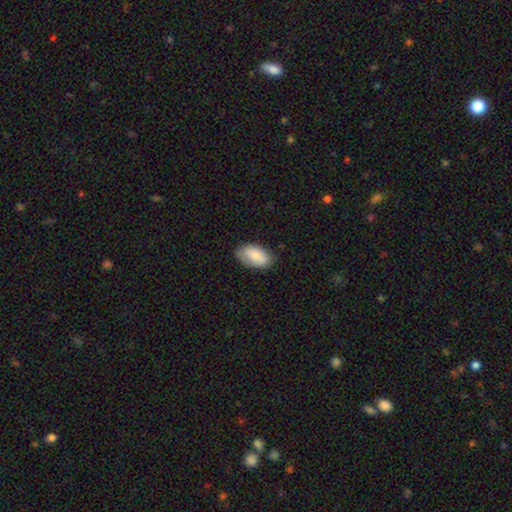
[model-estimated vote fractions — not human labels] This is likely a smooth galaxy (79%). How rounded: clearly in between (94%). Merging: likely none (75%).